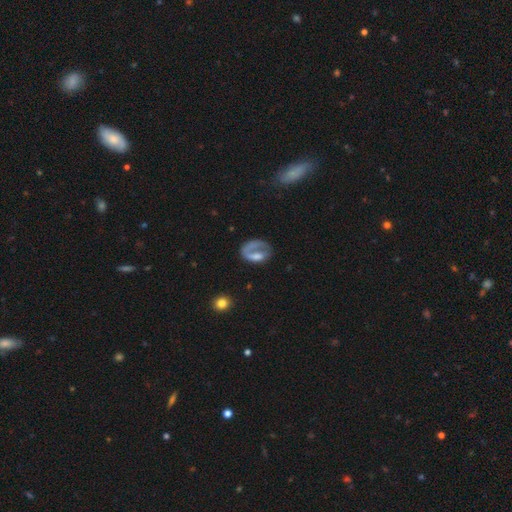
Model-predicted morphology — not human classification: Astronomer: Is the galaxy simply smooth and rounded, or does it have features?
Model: featured or disk — 52% (runner-up: smooth, 39%).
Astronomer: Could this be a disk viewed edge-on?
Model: no — 96%.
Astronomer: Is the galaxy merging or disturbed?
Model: major disturbance — 42% (runner-up: none, 36%).